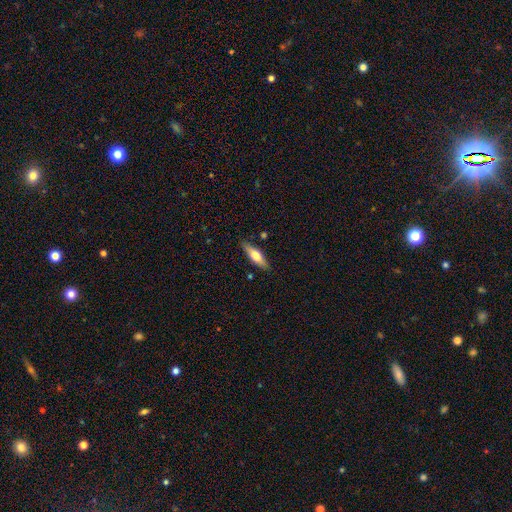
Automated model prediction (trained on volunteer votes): The model was most divided on "how rounded": cigar-shaped: 51%, in between: 47%, round: 2%. More confident: merging — none (85%); smooth or featured — smooth (60%).